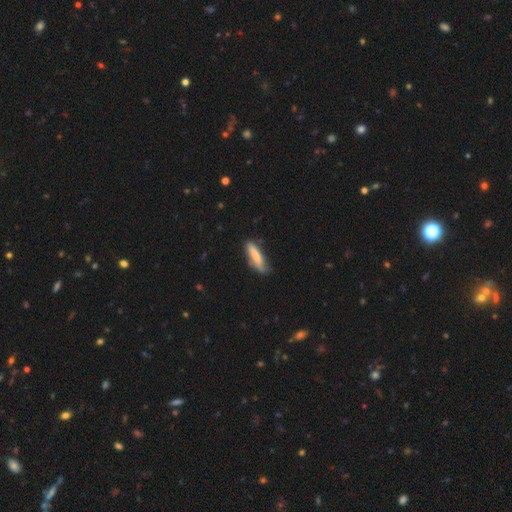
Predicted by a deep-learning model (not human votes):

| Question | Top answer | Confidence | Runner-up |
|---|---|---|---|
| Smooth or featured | smooth | 67% | featured or disk (27%) |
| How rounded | cigar-shaped | 68% | in between (30%) |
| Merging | none | 66% | minor disturbance (26%) |